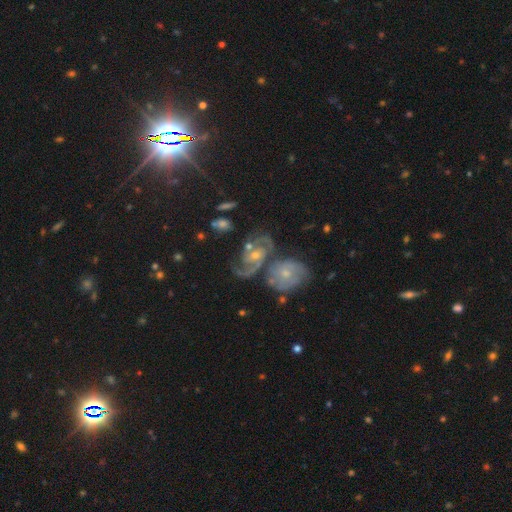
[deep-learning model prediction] A featured or disk galaxy (81%) with no bar (55%), 2 (56%) medium (46%) spiral arms (94%) and a small central bulge (58%). Merging: none (38%, tied with merger).